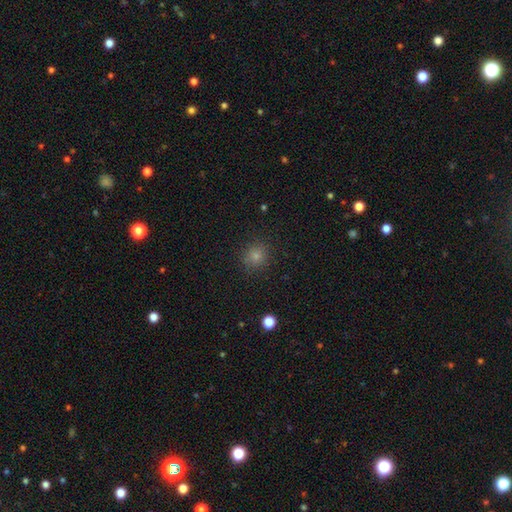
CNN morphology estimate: Smooth or featured: smooth — 74% (star or artifact — 20%)
How rounded: round — 88% (in between — 11%)
Merging: none — 89% (minor disturbance — 7%)